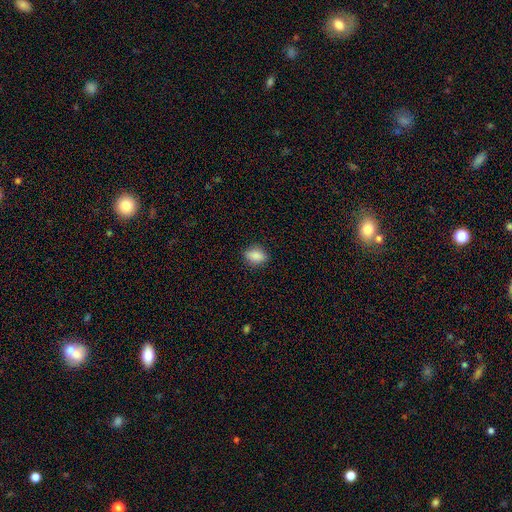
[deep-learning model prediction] Morphology: type=smooth (86%); roundness=in between (76%); merging=none (85%).